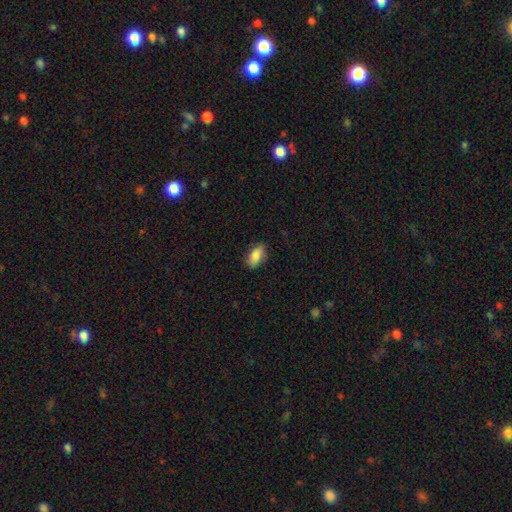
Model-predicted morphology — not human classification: smooth-or-featured: smooth: 87% | star or artifact: 7% | featured or disk: 6%
  how-rounded: in between: 91% | round: 5% | cigar-shaped: 3%
  merging: none: 82% | minor disturbance: 15% | major disturbance: 3% | merger: 1%